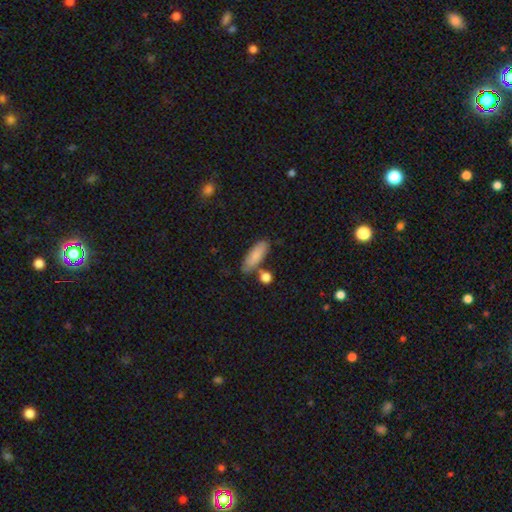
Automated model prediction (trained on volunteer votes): This appears to be a smooth galaxy with no disk features (84%) that is in between round and cigar-shaped (64%). Merging: none (70%).